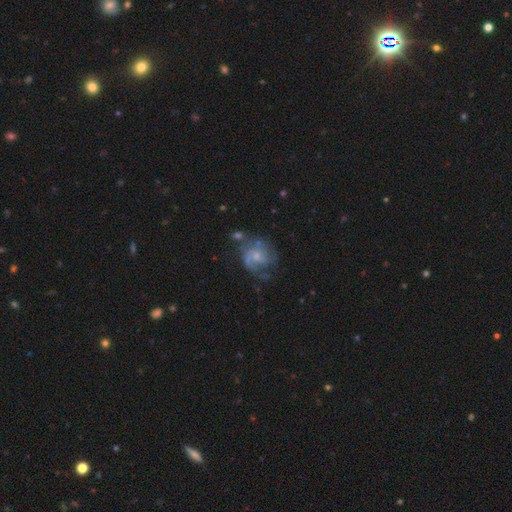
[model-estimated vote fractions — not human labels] Smooth or featured? featured or disk (78%)
Edge-on disk? no (98%)
Bar? no (65%)
Spiral arms? yes (91%)
Spiral winding? medium (45%)
Spiral arm count? 2 (42%)
Bulge size? small (51%)
Merging? none (51%)